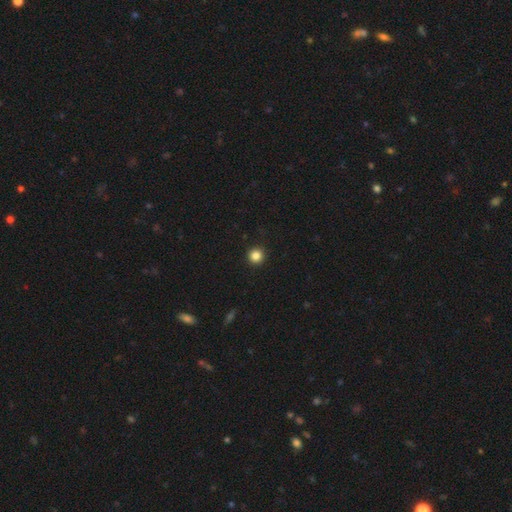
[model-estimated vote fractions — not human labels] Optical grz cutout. It shows a smooth galaxy with no disk features (85%) that is round (96%). Merging: none (94%).